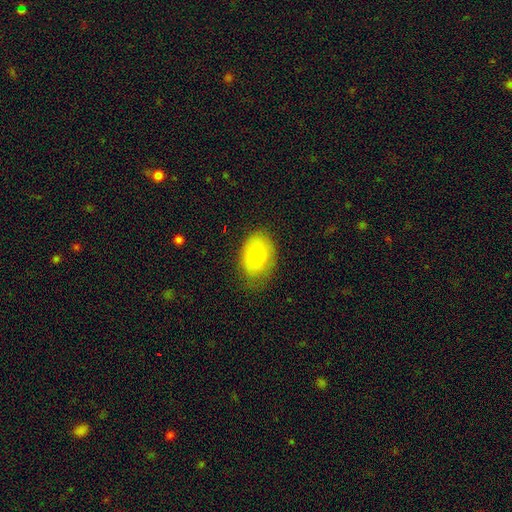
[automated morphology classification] This is likely a smooth galaxy (76%). How rounded: clearly in between (80%). Merging: likely none (68%).